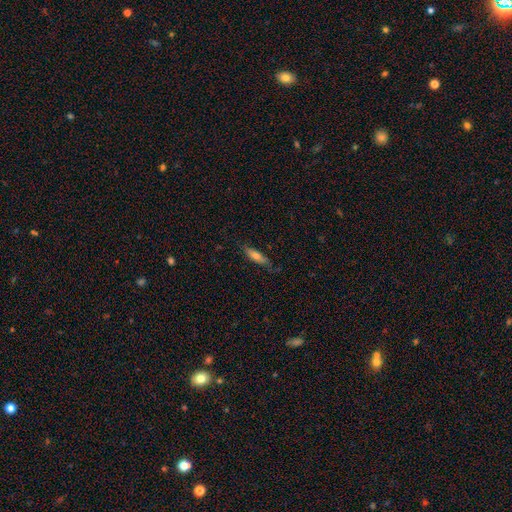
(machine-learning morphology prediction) Overall: smooth (66%; featured or disk 28%). How rounded: cigar-shaped (61%; in between 37%). Merging: none (73%).